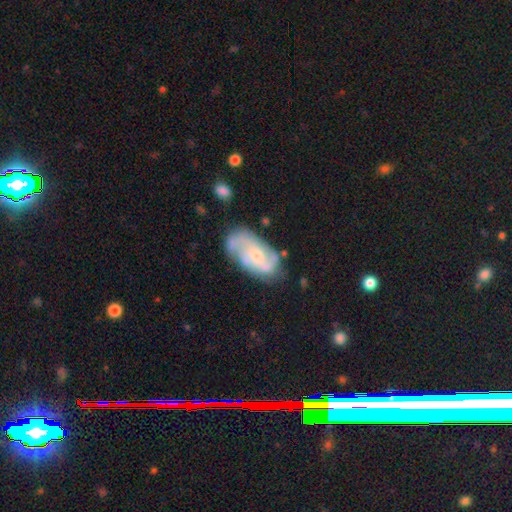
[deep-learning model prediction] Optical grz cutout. It shows a featured or disk galaxy (72%) with no bar (65%), 2 (43%) medium (43%) spiral arms (89%) and a small central bulge (54%). Merging: none (65%).